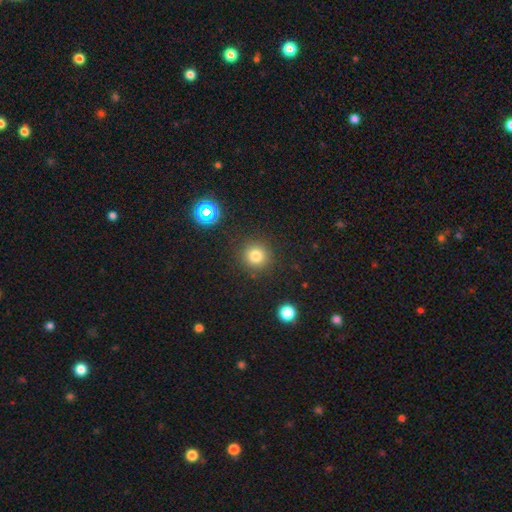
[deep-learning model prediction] Smooth or featured? smooth (78%)
How rounded? round (93%)
Merging? none (88%)